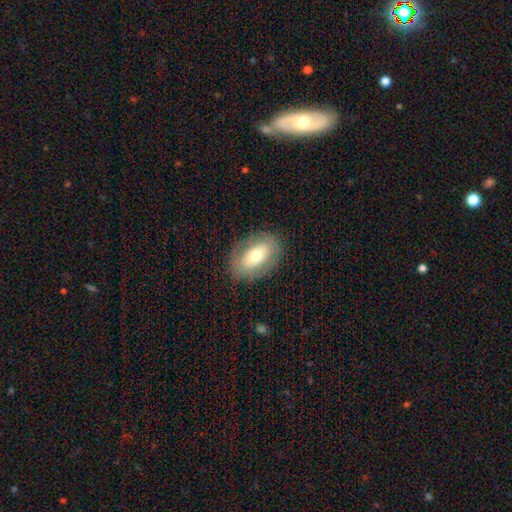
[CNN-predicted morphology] Smooth or featured? smooth (64%)
How rounded? in between (89%)
Merging? none (84%)